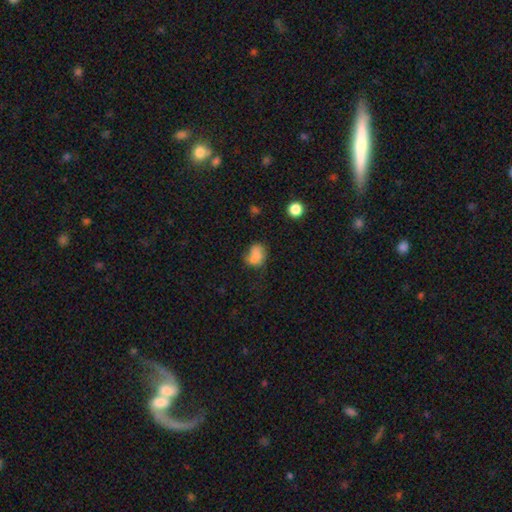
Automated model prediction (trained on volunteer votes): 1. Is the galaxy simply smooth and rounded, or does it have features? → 71% smooth, 16% featured or disk, 12% star or artifact.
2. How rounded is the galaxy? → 59% in between, 39% round, 1% cigar-shaped.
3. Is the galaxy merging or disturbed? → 42% none, 27% minor disturbance, 16% major disturbance, 15% merger.